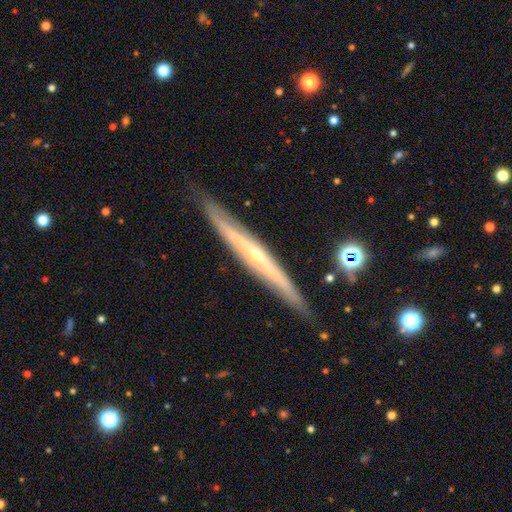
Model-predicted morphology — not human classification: The model was most divided on "edge-on bulge": rounded: 64%, none: 32%, boxy: 4%. More confident: edge-on disk — yes (93%); merging — none (86%); smooth or featured — featured or disk (77%).